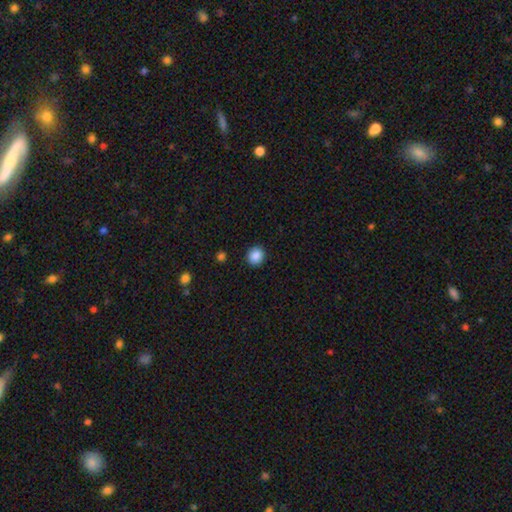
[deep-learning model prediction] Smooth or featured?
  - smooth: 87% *
  - star or artifact: 9%
  - featured or disk: 3%
How rounded?
  - round: 85% *
  - in between: 14%
  - cigar-shaped: 1%
Merging?
  - none: 90% *
  - minor disturbance: 6%
  - major disturbance: 2%
  - merger: 1%